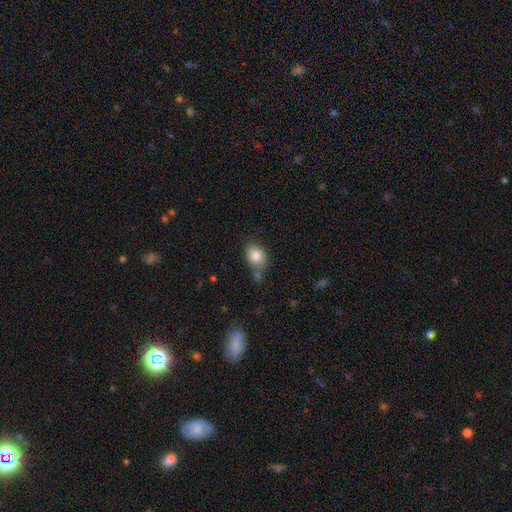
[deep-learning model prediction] Smooth or featured: smooth — 83% (star or artifact — 9%)
How rounded: in between — 66% (round — 33%)
Merging: none — 60% (minor disturbance — 19%)